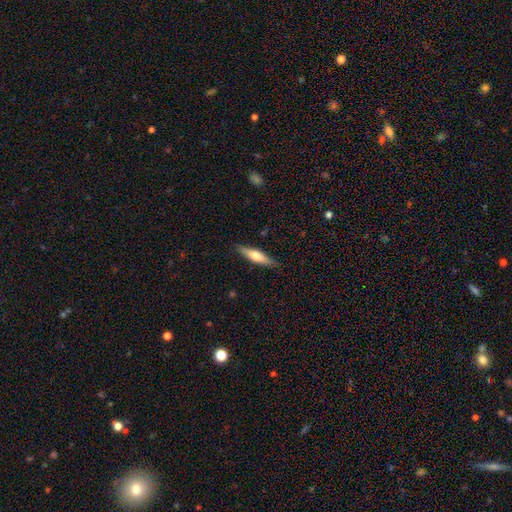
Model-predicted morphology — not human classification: Overall: smooth (53%; featured or disk 41%). How rounded: cigar-shaped (76%). Merging: none (88%).